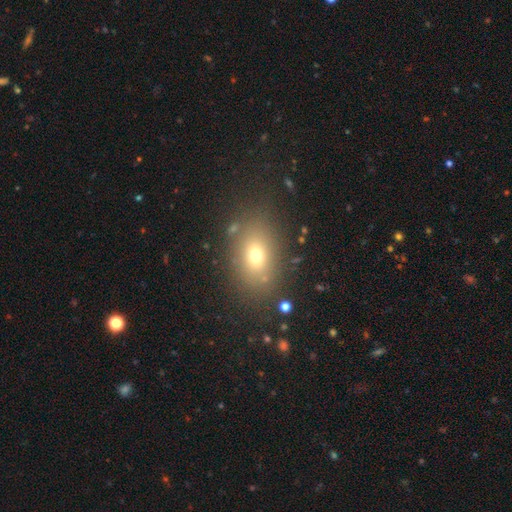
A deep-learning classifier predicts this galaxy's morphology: A smooth galaxy with no disk features (69%) that is in between round and cigar-shaped (74%). Merging: none (81%).